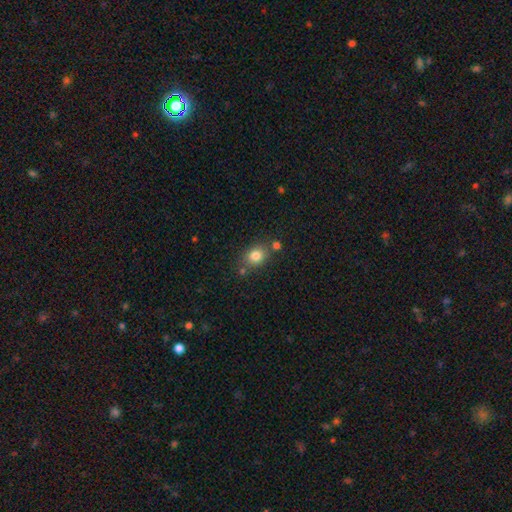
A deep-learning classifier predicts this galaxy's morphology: Smooth or featured? Predicted: smooth (p=0.81). How rounded? Predicted: in between (p=0.50). Merging? Predicted: none (p=0.71).